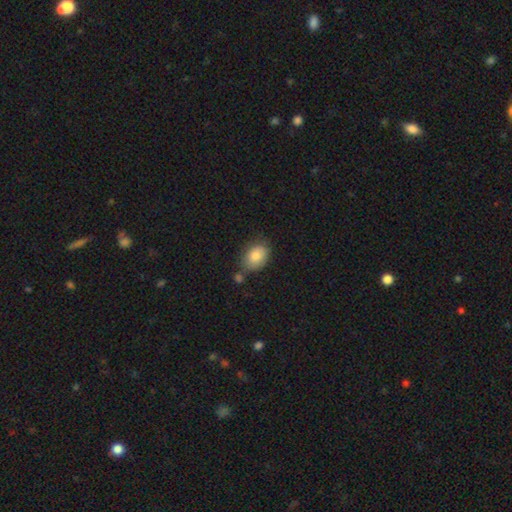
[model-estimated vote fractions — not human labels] Morphology: type=smooth (83%); roundness=in between (74%); merging=none (62%).